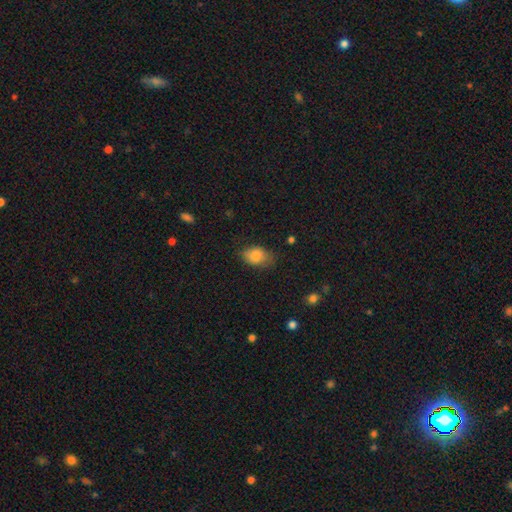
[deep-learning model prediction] This is clearly a smooth galaxy (81%). How rounded: clearly in between (82%). Merging: likely none (72%).